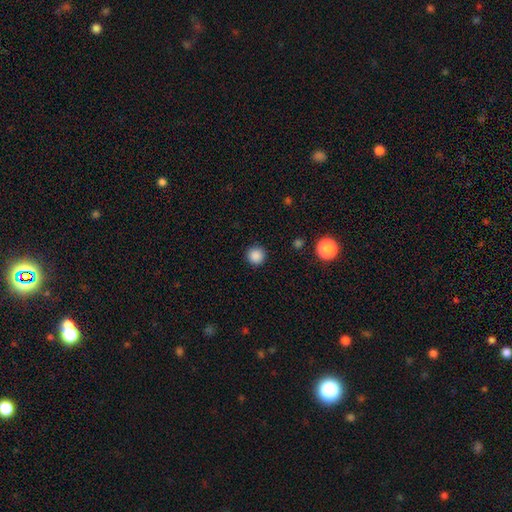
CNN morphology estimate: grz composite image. It shows a smooth galaxy with no disk features (87%) that is round (95%). Merging: none (92%).